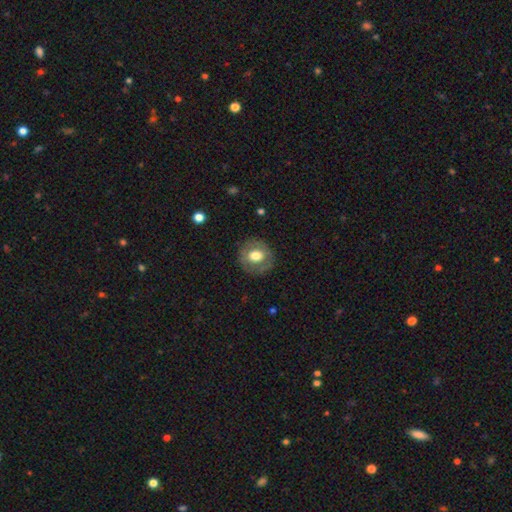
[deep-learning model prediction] Smooth or featured? smooth (59%)
How rounded? round (83%)
Merging? none (82%)